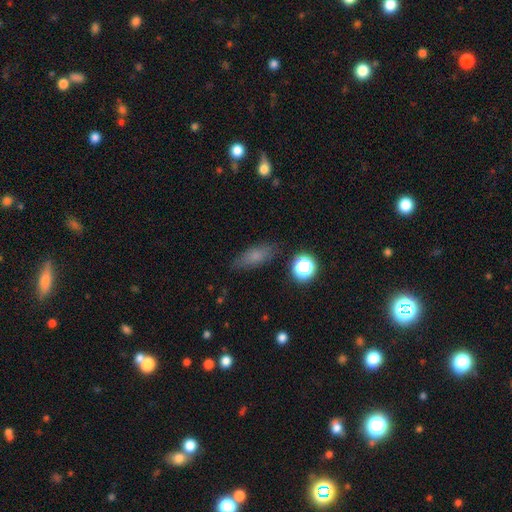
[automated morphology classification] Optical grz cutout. It shows a smooth galaxy with no disk features (74%) that is in between round and cigar-shaped (72%). Merging: none (80%).